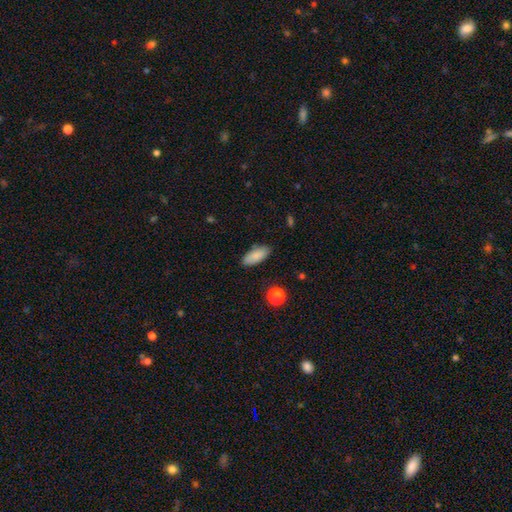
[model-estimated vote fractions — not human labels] Smooth or featured? smooth (87%)
How rounded? in between (85%)
Merging? none (86%)